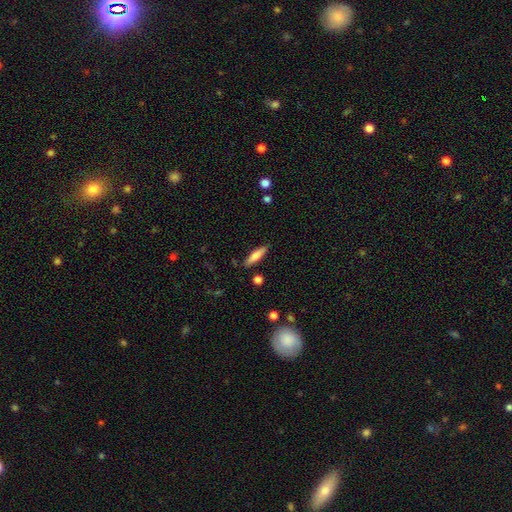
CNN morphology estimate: smooth-or-featured: smooth: 73% | featured or disk: 20% | star or artifact: 6%
  how-rounded: cigar-shaped: 74% | in between: 25% | round: 2%
  merging: none: 86% | minor disturbance: 9% | merger: 2% | major disturbance: 2%